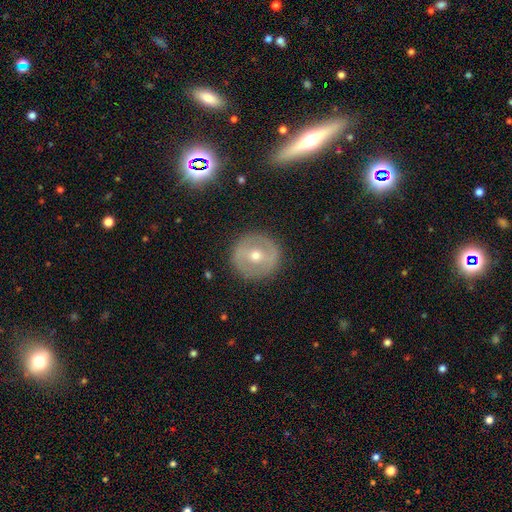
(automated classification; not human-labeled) Smooth or featured: featured or disk — 58% (smooth — 34%)
Edge-on disk: no — 94% (yes — 6%)
Bar: weak — 37% (no — 36%)
Spiral arms: no — 68% (yes — 32%)
Bulge size: moderate — 60% (small — 36%)
Merging: none — 88% (minor disturbance — 8%)